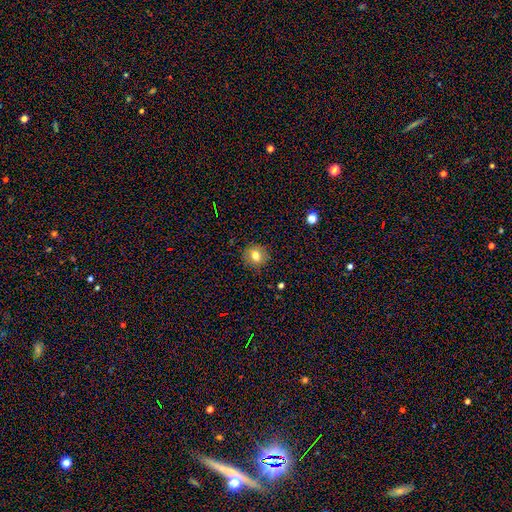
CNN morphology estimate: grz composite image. It shows a smooth galaxy with no disk features (76%) that is round (88%). Merging: none (89%).